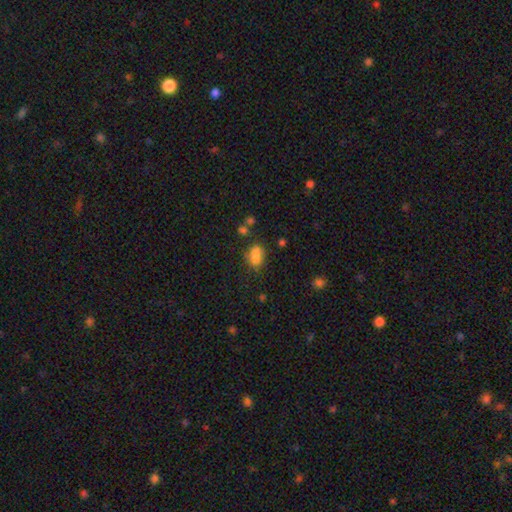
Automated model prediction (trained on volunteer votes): Smooth or featured? Predicted: smooth (p=0.70). How rounded? Predicted: in between (p=0.59). Merging? Predicted: merger (p=0.49).